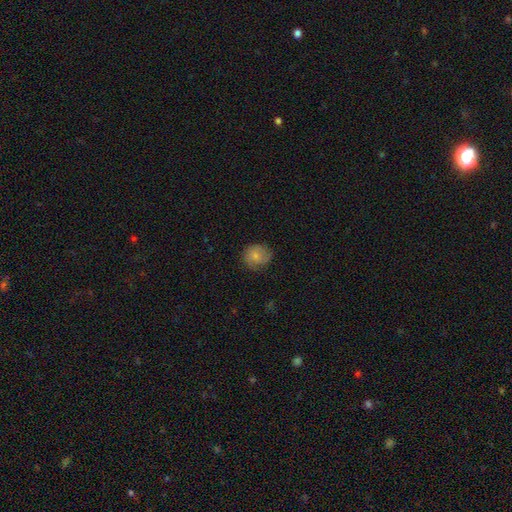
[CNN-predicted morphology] smooth_or_featured: smooth (p=0.72) [alt: featured or disk p=0.20]
how_rounded: round (p=0.76) [alt: in between p=0.23]
merging: none (p=0.69) [alt: minor disturbance p=0.23]